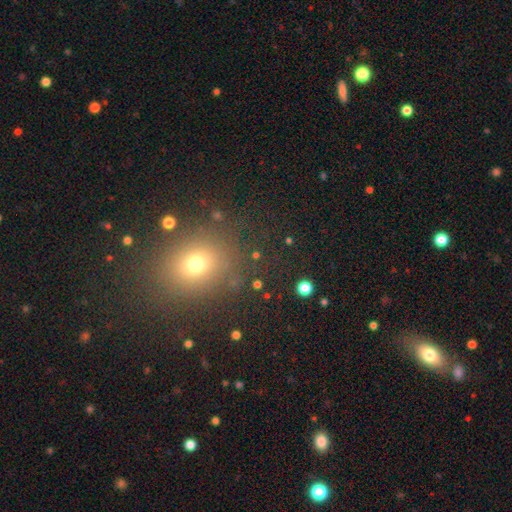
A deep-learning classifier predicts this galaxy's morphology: The model was most divided on "smooth or featured": smooth: 58%, star or artifact: 31%, featured or disk: 11%. More confident: merging — none (80%); how rounded — round (66%).